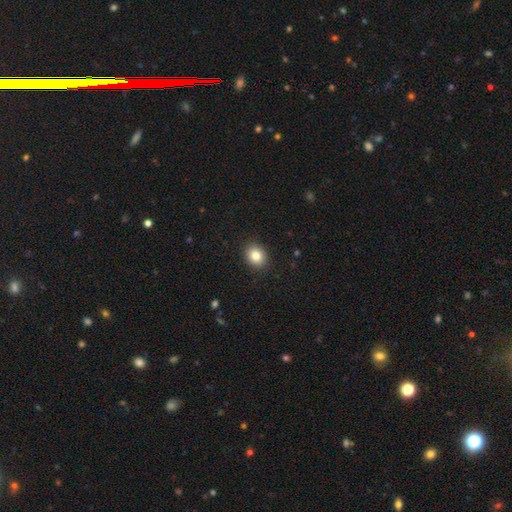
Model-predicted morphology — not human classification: smooth_or_featured: smooth (p=0.83) [alt: star or artifact p=0.10]
how_rounded: round (p=0.58) [alt: in between p=0.41]
merging: none (p=0.90) [alt: minor disturbance p=0.07]